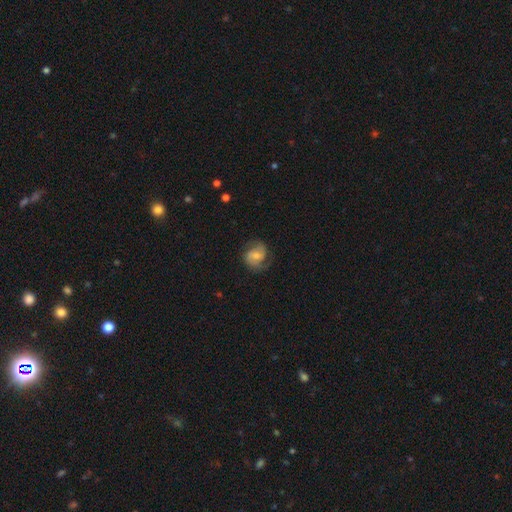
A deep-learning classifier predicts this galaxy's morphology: Q: Smooth or featured?
A: featured or disk (64%); runner-up: smooth (29%)
Q: Edge-on disk?
A: no (97%); runner-up: yes (3%)
Q: Bar?
A: weak (44%); runner-up: no (42%)
Q: Spiral arms?
A: yes (90%); runner-up: no (10%)
Q: Spiral winding?
A: medium (48%); runner-up: tight (29%)
Q: Spiral arm count?
A: 2 (79%); runner-up: can't tell (9%)
Q: Bulge size?
A: moderate (45%); runner-up: small (41%)
Q: Merging?
A: none (66%); runner-up: minor disturbance (20%)